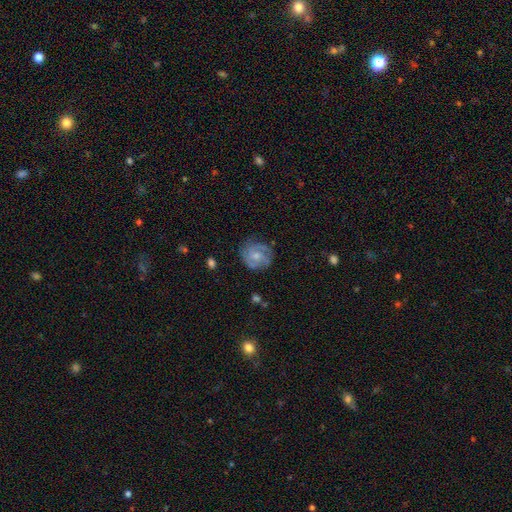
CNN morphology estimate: Overall: featured or disk (67%; smooth 27%). Edge-on disk: no (98%). Bar: no (65%; weak 31%). Spiral arms: yes (88%). Spiral arm count: 2 (39%; can't tell 25%). Spiral winding: tight (51%; medium 38%). Bulge size: moderate (49%; small 38%). Merging: none (73%).